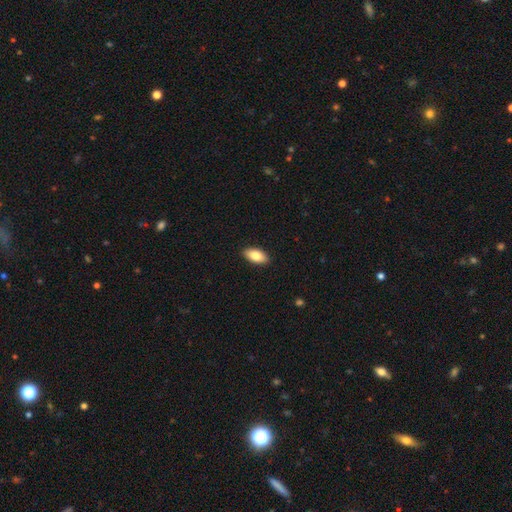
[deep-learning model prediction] Morphology: type=smooth (84%); roundness=in between (92%); merging=none (91%).